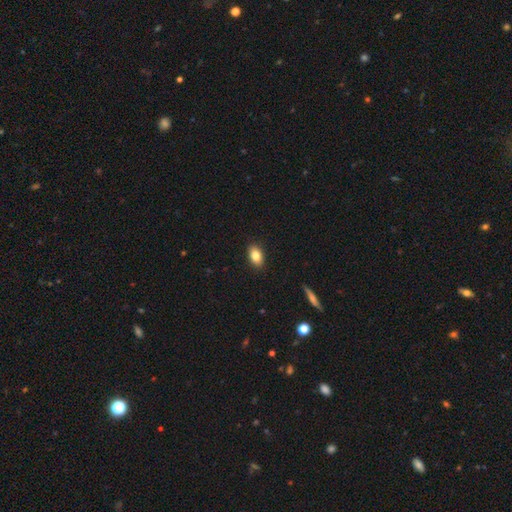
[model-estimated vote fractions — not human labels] Morphology: type=smooth (83%); roundness=in between (88%); merging=none (90%).